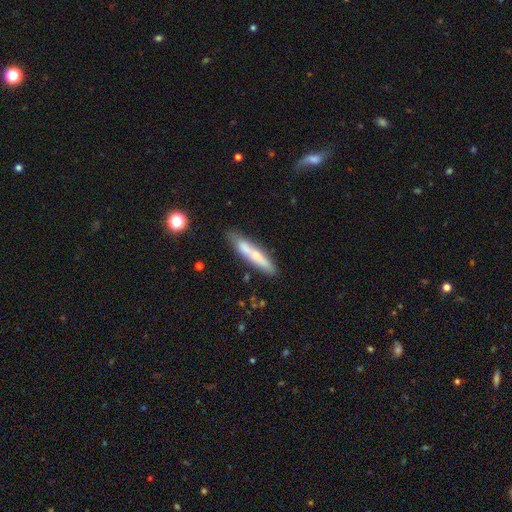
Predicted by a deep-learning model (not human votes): The model was most divided on "smooth or featured": smooth: 54%, featured or disk: 39%, star or artifact: 7%. More confident: how rounded — cigar-shaped (88%); merging — none (68%).